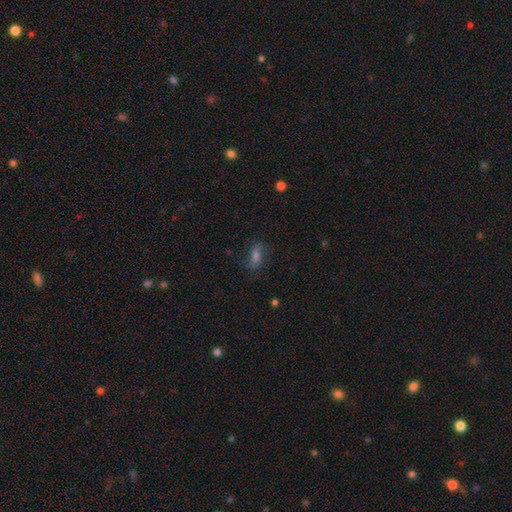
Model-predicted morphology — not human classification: Smooth or featured? Predicted: smooth (p=0.48). Merging? Predicted: none (p=0.69).